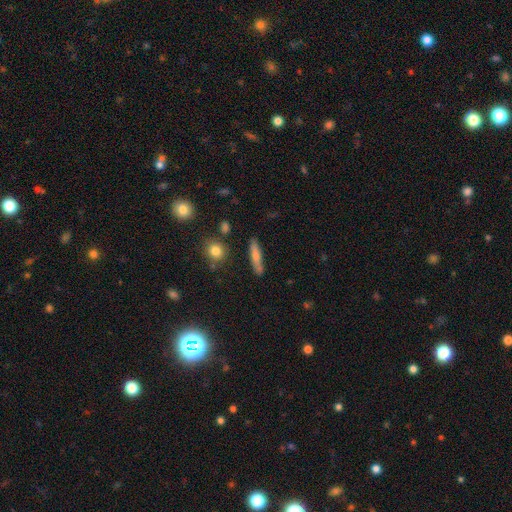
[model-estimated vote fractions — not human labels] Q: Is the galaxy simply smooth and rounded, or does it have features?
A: smooth — 72%.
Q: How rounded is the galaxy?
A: cigar-shaped — 82%.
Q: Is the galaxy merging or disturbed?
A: none — 82%.